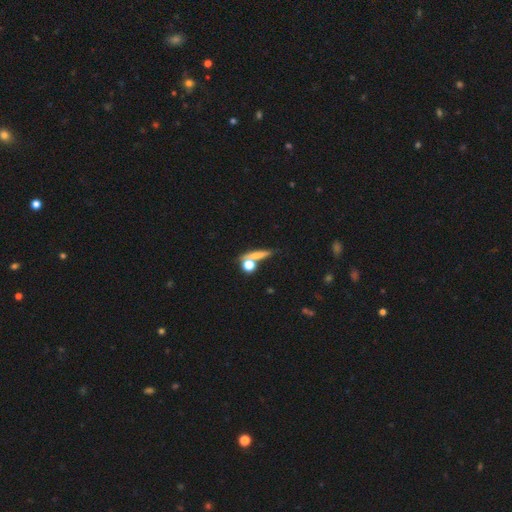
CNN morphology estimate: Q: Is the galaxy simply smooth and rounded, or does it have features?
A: smooth — 65%.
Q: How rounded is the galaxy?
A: cigar-shaped — 48%.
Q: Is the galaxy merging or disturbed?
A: none — 60%.